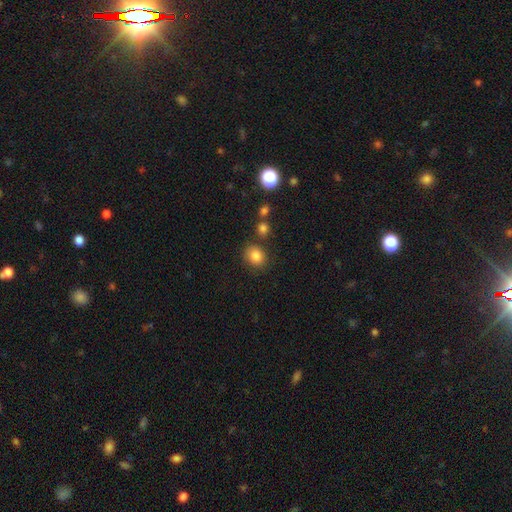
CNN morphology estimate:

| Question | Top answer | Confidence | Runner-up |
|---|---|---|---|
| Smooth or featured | smooth | 84% | star or artifact (11%) |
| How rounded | round | 63% | in between (36%) |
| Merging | none | 78% | minor disturbance (11%) |